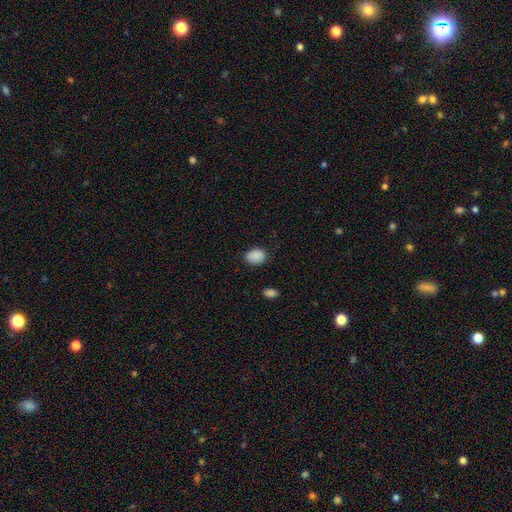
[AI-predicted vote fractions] Smooth or featured? Predicted: smooth (p=0.89). How rounded? Predicted: in between (p=0.64). Merging? Predicted: none (p=0.83).